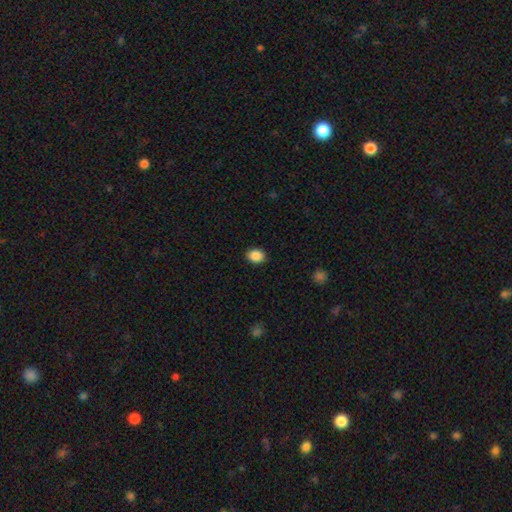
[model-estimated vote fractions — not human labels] A smooth galaxy with no disk features (88%) that is in between round and cigar-shaped (60%). Merging: none (89%).